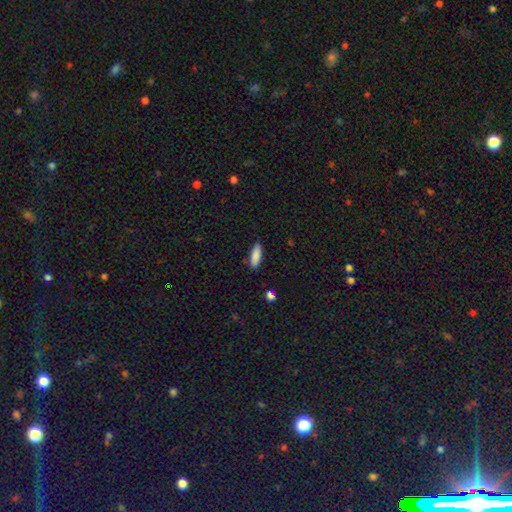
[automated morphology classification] A smooth galaxy with no disk features (88%) that is in between round and cigar-shaped (55%).

Vote fractions:
- Smooth or featured? smooth: 88% / star or artifact: 6% / featured or disk: 6%
- How rounded? in between: 55% / cigar-shaped: 44% / round: 2%
- Merging? none: 87% / minor disturbance: 9% / major disturbance: 2% / merger: 2%